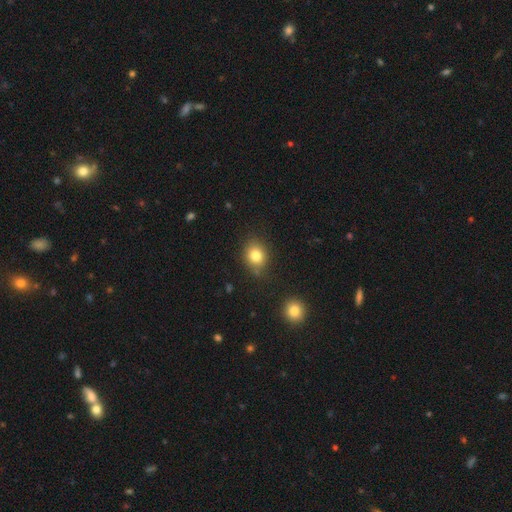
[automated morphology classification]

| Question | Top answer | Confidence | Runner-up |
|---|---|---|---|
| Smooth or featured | smooth | 81% | star or artifact (11%) |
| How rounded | round | 61% | in between (38%) |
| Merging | none | 79% | minor disturbance (14%) |